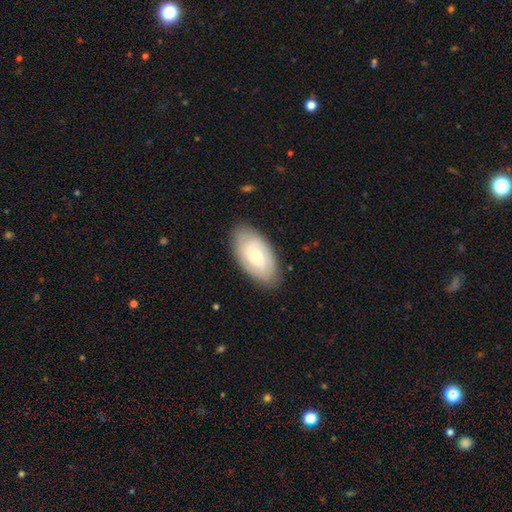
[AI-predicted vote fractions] featured or disk 56%, smooth 38%, star or artifact 6%. Down the decision tree: edge-on disk — no (92%); bar — no (75%); spiral arms — yes (76%); bulge size — small (62%); merging — none (83%).